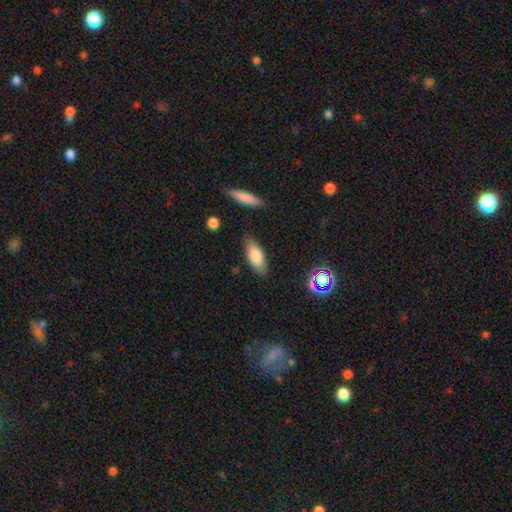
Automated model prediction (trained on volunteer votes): The model was most divided on "how rounded": in between: 79%, cigar-shaped: 19%, round: 2%. More confident: merging — none (82%); smooth or featured — smooth (77%).